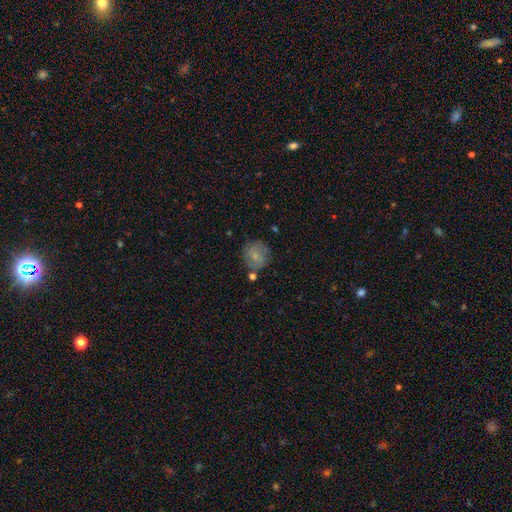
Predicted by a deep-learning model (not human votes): Overall: smooth (61%; featured or disk 30%). How rounded: round (84%). Merging: none (70%).